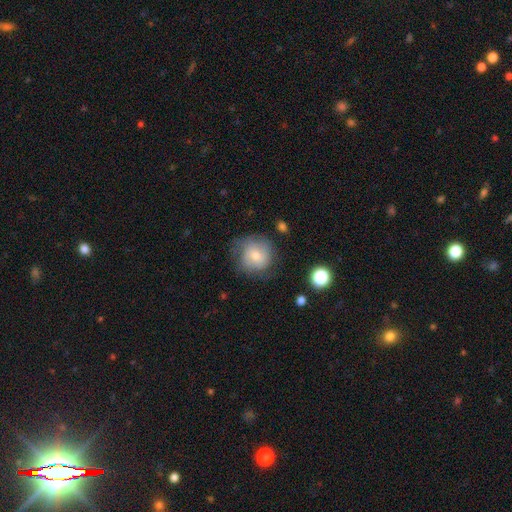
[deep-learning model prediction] This is possibly a smooth galaxy (56%). How rounded: clearly round (88%). Merging: likely none (62%).